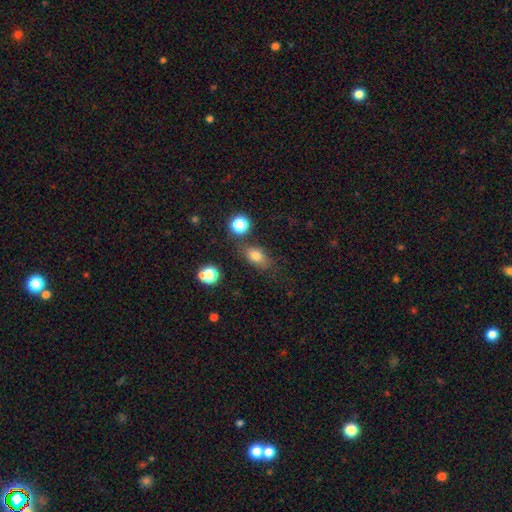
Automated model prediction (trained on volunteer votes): A smooth galaxy with no disk features (77%) that is in between round and cigar-shaped (75%). Merging: none (73%).